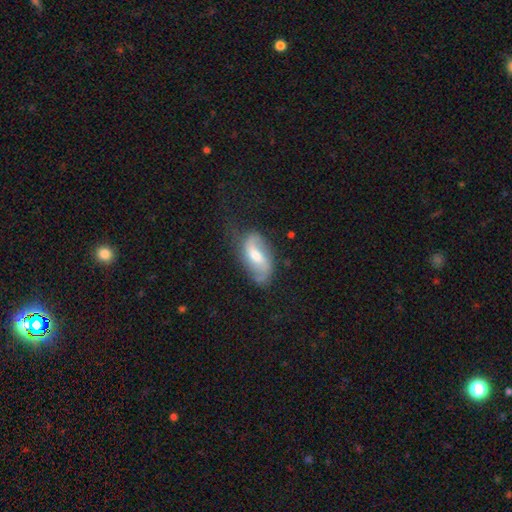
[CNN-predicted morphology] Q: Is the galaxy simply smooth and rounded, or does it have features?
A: featured or disk — 64%.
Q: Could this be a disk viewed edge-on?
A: no — 92%.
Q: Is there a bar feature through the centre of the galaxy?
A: weak — 49%.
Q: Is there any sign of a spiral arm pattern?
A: yes — 86%.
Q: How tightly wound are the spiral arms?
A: loose — 59%.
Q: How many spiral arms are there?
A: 2 — 82%.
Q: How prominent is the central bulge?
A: moderate — 62%.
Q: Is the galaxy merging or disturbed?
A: none — 56%.